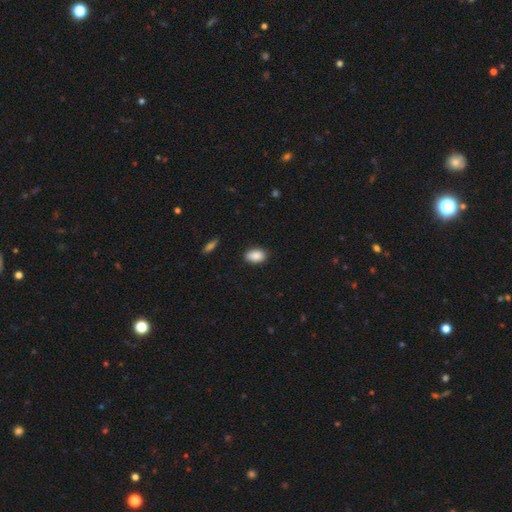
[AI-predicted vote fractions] Q: Smooth or featured?
A: smooth (89%); runner-up: star or artifact (7%)
Q: How rounded?
A: in between (89%); runner-up: round (10%)
Q: Merging?
A: none (86%); runner-up: minor disturbance (11%)